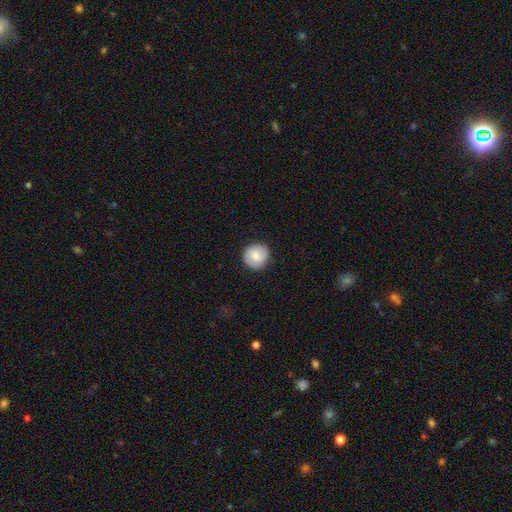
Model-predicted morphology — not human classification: smooth_or_featured: smooth (p=0.80) [alt: featured or disk p=0.13]
how_rounded: round (p=0.91) [alt: in between p=0.08]
merging: none (p=0.88) [alt: minor disturbance p=0.09]